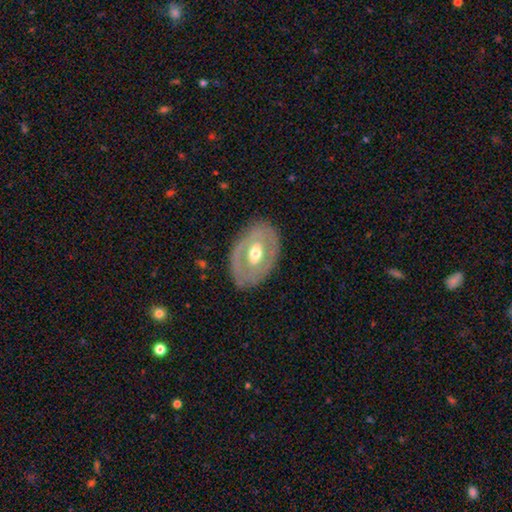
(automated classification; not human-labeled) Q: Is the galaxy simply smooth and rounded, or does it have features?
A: featured or disk — 67%.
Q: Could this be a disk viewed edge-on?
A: no — 91%.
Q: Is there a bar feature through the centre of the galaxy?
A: no — 55%.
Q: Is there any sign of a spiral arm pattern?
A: no — 75%.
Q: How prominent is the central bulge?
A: moderate — 73%.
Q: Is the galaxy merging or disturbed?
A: none — 81%.